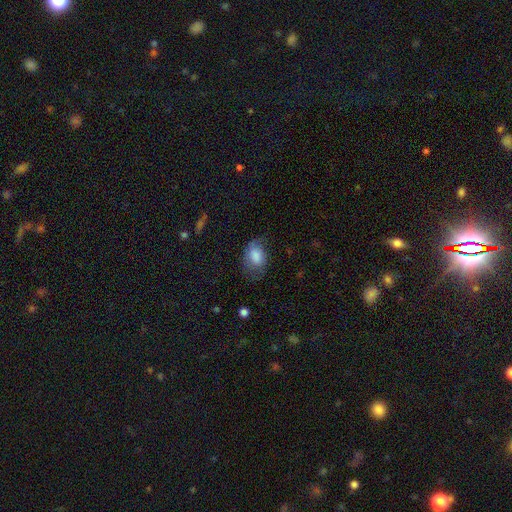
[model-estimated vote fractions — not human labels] Overall: smooth (80%). How rounded: in between (81%). Merging: none (50%; minor disturbance 31%).